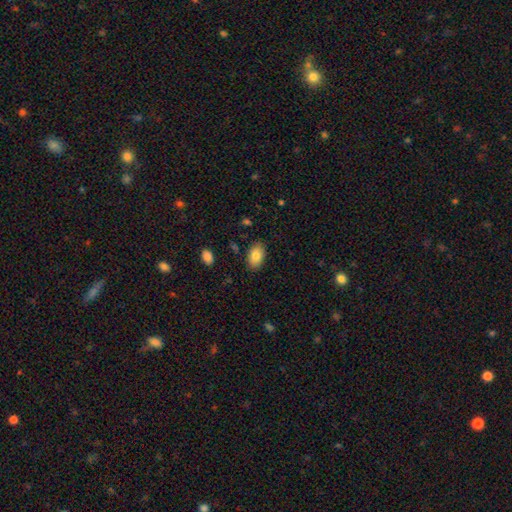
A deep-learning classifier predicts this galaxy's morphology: A smooth galaxy with no disk features (84%) that is in between round and cigar-shaped (91%). Merging: none (85%).